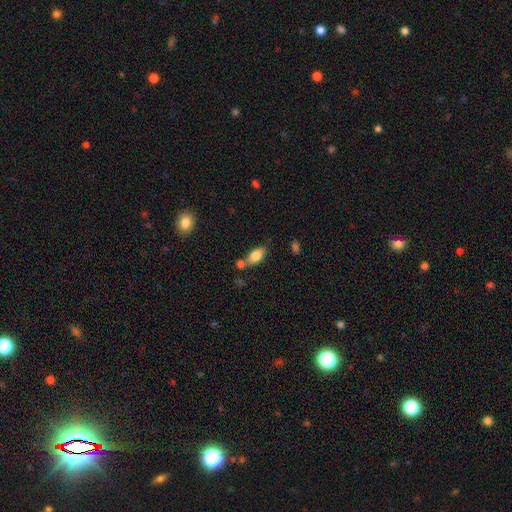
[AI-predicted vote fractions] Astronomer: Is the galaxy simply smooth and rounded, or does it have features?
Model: smooth — 80%.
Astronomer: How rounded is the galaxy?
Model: in between — 87%.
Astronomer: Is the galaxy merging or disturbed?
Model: none — 60%.